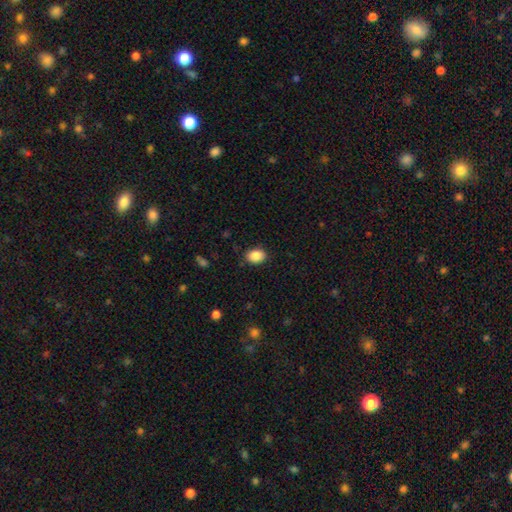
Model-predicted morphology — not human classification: A smooth galaxy with no disk features (88%) that is in between round and cigar-shaped (70%). Merging: none (86%).